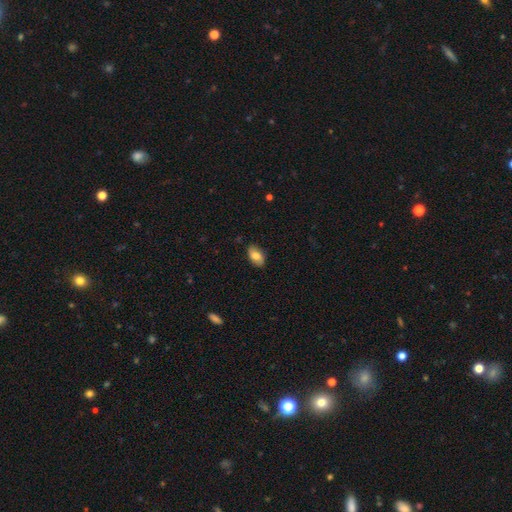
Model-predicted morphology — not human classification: This is likely a smooth galaxy (75%). How rounded: clearly in between (92%). Merging: clearly none (83%).